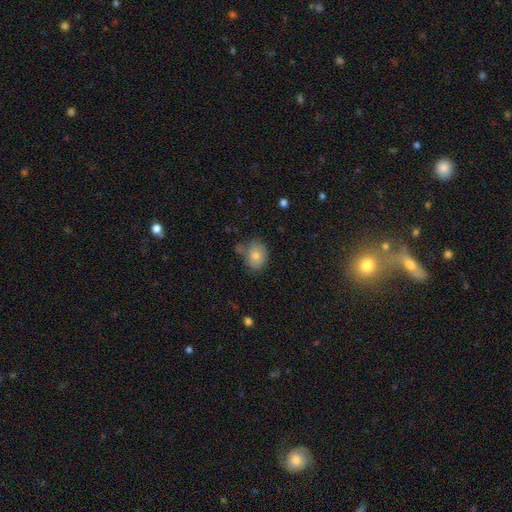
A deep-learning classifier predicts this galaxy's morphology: Smooth or featured?
  - smooth: 80% *
  - featured or disk: 11%
  - star or artifact: 9%
How rounded?
  - round: 51% *
  - in between: 48%
  - cigar-shaped: 1%
Merging?
  - none: 63% *
  - minor disturbance: 20%
  - merger: 11%
  - major disturbance: 6%